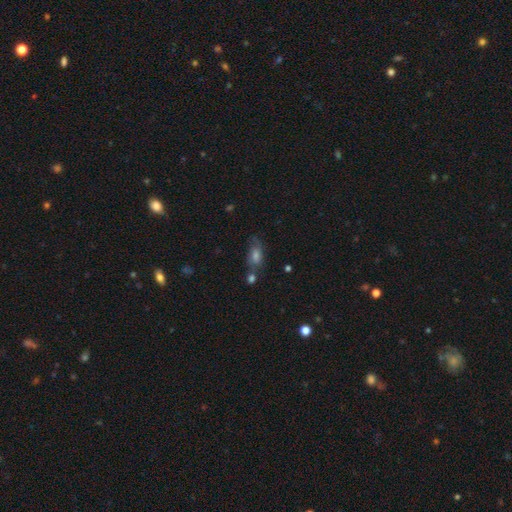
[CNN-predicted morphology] smooth-or-featured: smooth: 51% | featured or disk: 27% | star or artifact: 22%
  how-rounded: in between: 73% | round: 17% | cigar-shaped: 10%
  merging: none: 59% | minor disturbance: 21% | merger: 12% | major disturbance: 9%